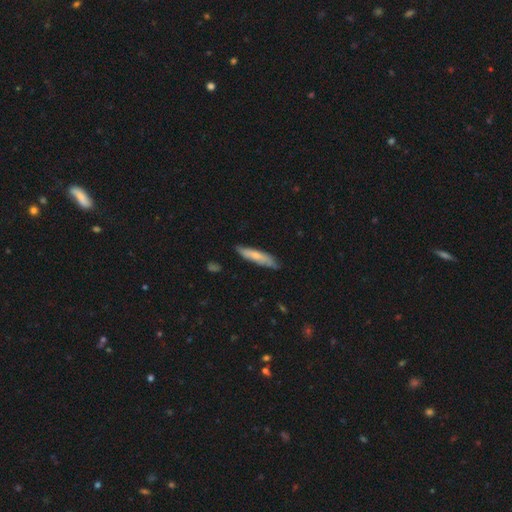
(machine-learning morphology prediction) Smooth or featured: smooth — 66% (featured or disk — 28%)
How rounded: cigar-shaped — 81% (in between — 18%)
Merging: none — 74% (minor disturbance — 21%)